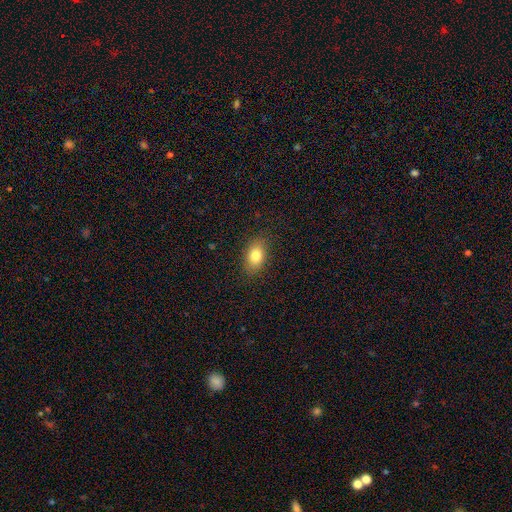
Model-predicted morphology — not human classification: The model was most divided on "smooth or featured": smooth: 81%, featured or disk: 11%, star or artifact: 9%. More confident: merging — none (86%); how rounded — in between (84%).